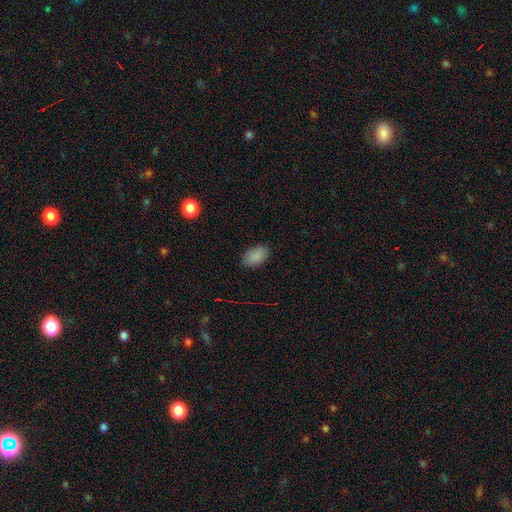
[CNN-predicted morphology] Overall: smooth (88%). How rounded: in between (92%). Merging: none (87%).